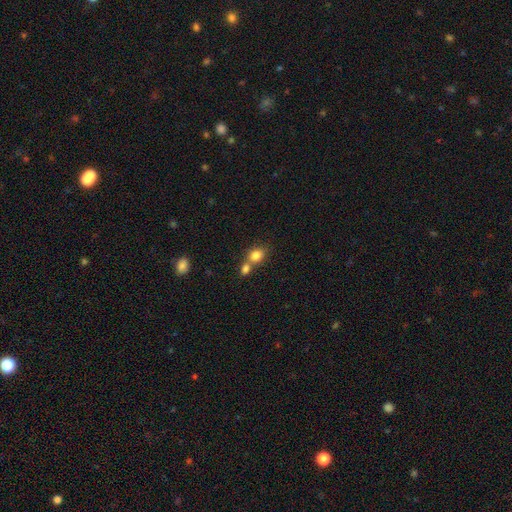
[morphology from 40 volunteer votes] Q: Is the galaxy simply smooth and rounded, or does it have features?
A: smooth — 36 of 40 (90%).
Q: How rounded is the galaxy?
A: in between — 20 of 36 (56%).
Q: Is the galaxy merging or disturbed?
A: merger — 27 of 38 (71%).